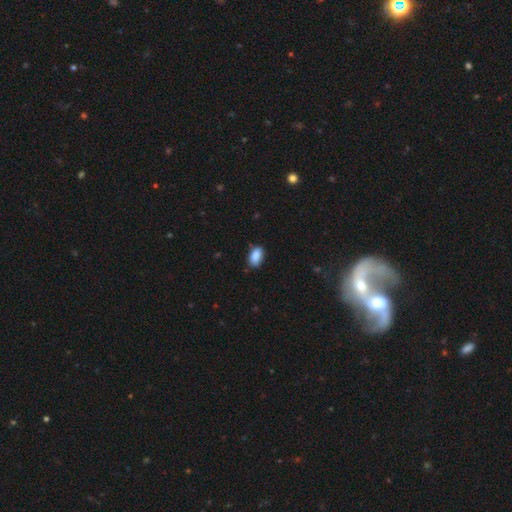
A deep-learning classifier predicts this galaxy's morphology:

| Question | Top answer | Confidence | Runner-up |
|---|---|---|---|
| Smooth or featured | smooth | 88% | star or artifact (7%) |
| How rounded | in between | 92% | round (5%) |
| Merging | none | 81% | minor disturbance (15%) |